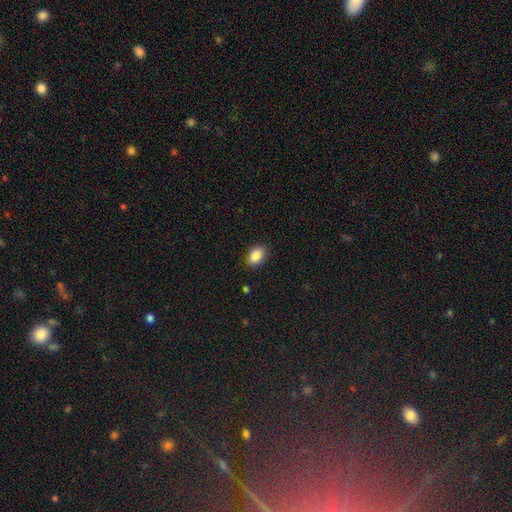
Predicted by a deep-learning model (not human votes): smooth-or-featured: smooth: 86% | star or artifact: 8% | featured or disk: 6%
  how-rounded: in between: 84% | round: 15% | cigar-shaped: 1%
  merging: none: 87% | minor disturbance: 10% | major disturbance: 2% | merger: 1%